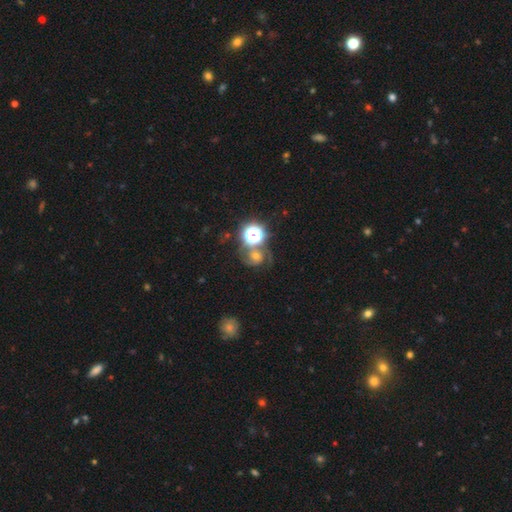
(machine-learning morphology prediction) smooth_or_featured: featured or disk (p=0.47) [alt: smooth p=0.27]
merging: none (p=0.53) [alt: merger p=0.19]